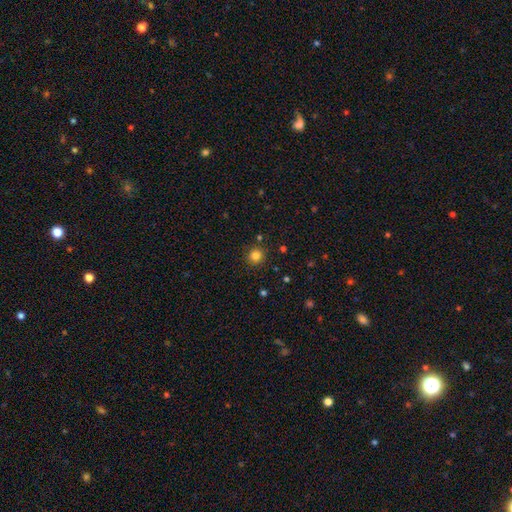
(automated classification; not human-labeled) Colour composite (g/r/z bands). It shows a smooth galaxy with no disk features (81%) that is round (92%). Merging: none (89%).